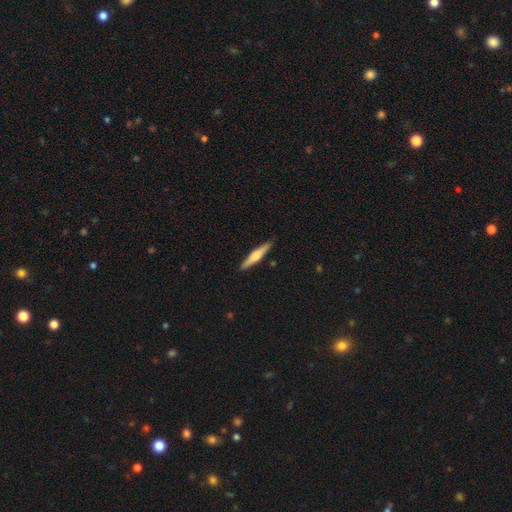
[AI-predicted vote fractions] Smooth or featured: featured or disk — 53% (smooth — 41%)
Edge-on disk: yes — 97% (no — 3%)
Edge-on bulge: rounded — 88% (boxy — 6%)
Merging: none — 91% (minor disturbance — 7%)